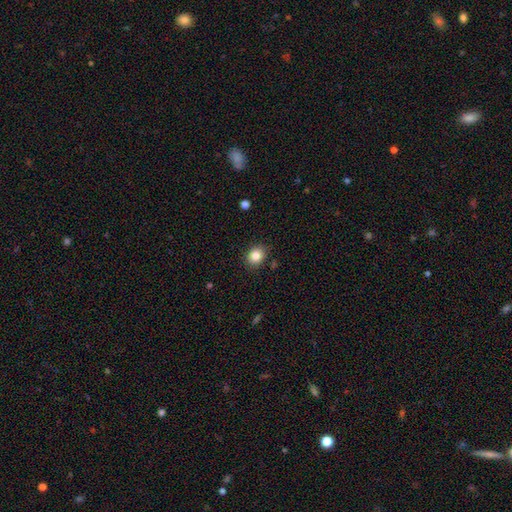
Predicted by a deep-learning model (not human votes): Morphology: type=smooth (84%); roundness=round (63%); merging=none (87%).